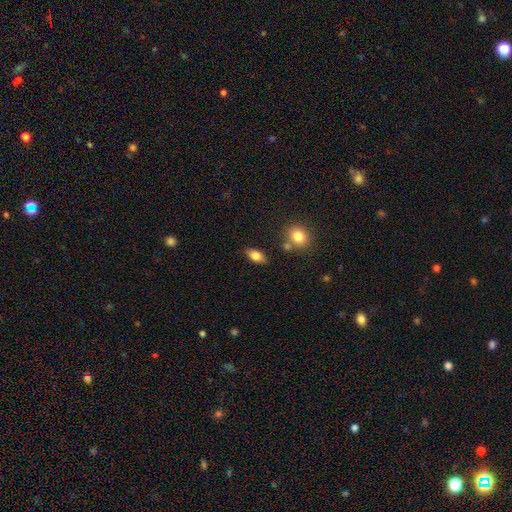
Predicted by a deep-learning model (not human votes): smooth-or-featured: smooth: 78% | featured or disk: 14% | star or artifact: 8%
  how-rounded: in between: 86% | round: 7% | cigar-shaped: 7%
  merging: none: 78% | minor disturbance: 14% | merger: 5% | major disturbance: 3%